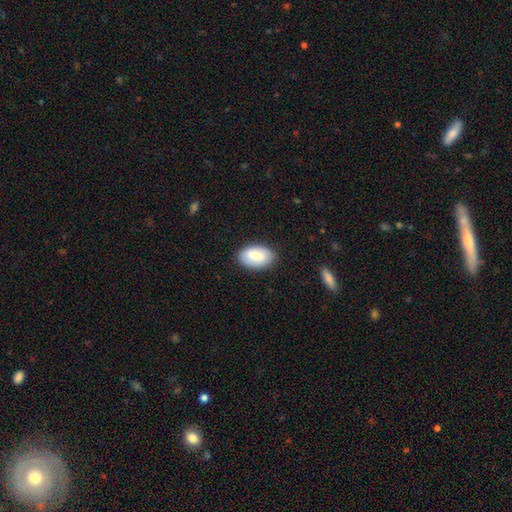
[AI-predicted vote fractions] Smooth or featured: smooth — 82% (featured or disk — 12%)
How rounded: in between — 93% (round — 5%)
Merging: none — 84% (minor disturbance — 12%)